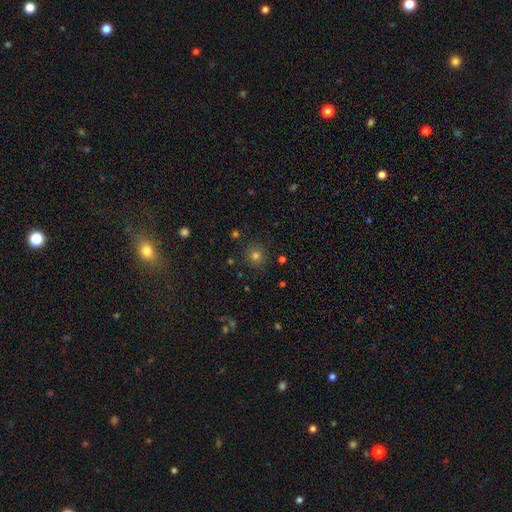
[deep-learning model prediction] smooth-or-featured: smooth: 75% | star or artifact: 18% | featured or disk: 6%
  how-rounded: round: 94% | in between: 5% | cigar-shaped: 1%
  merging: none: 89% | minor disturbance: 7% | major disturbance: 2% | merger: 2%